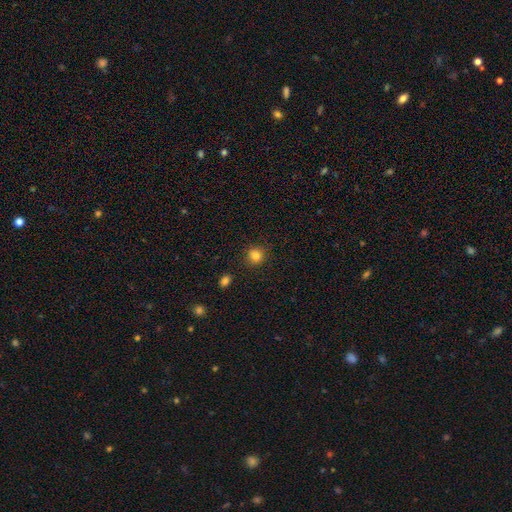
This appears to be a smooth galaxy with no disk features (84%) that is round (94%). Merging: none (85%).